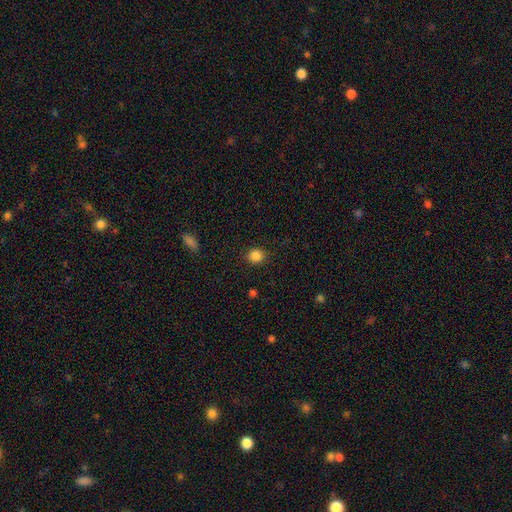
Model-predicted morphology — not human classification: Smooth or featured?
  - smooth: 85% *
  - star or artifact: 11%
  - featured or disk: 3%
How rounded?
  - round: 86% *
  - in between: 13%
  - cigar-shaped: 1%
Merging?
  - none: 90% *
  - minor disturbance: 7%
  - major disturbance: 2%
  - merger: 1%